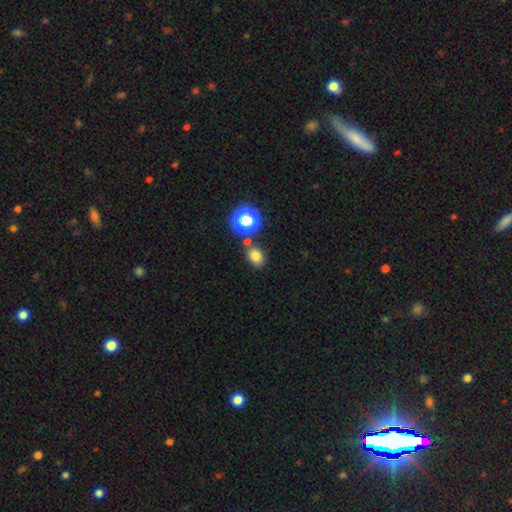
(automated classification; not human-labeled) A smooth galaxy with no disk features (74%) that is in between round and cigar-shaped (57%).

Vote fractions:
- Smooth or featured? smooth: 74% / star or artifact: 19% / featured or disk: 7%
- How rounded? in between: 57% / round: 42% / cigar-shaped: 1%
- Merging? none: 75% / merger: 11% / minor disturbance: 11% / major disturbance: 3%